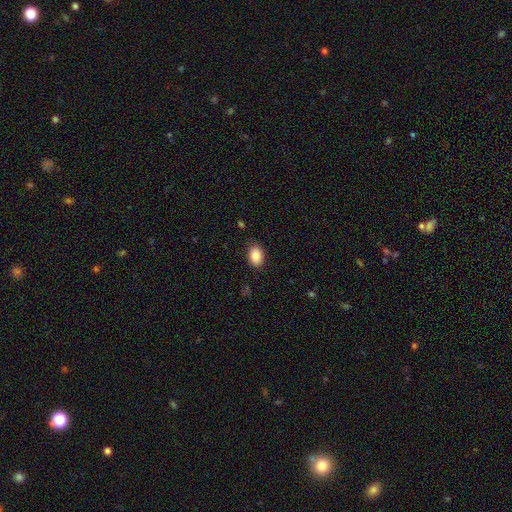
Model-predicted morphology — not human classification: smooth 86%, star or artifact 8%, featured or disk 6%. Down the decision tree: how rounded — in between (82%); merging — none (86%).